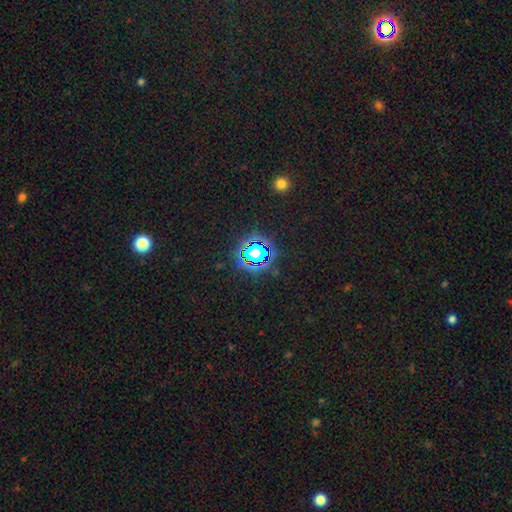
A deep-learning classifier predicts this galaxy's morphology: Smooth or featured: star or artifact — 65% (smooth — 24%)